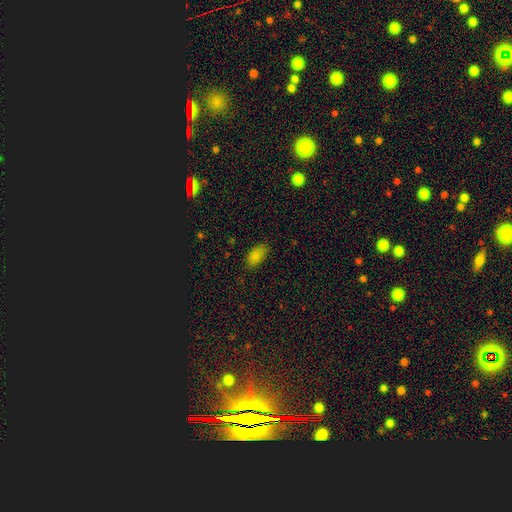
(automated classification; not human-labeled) Smooth or featured?
  - smooth: 84% *
  - star or artifact: 11%
  - featured or disk: 5%
How rounded?
  - in between: 92% *
  - round: 4%
  - cigar-shaped: 3%
Merging?
  - none: 80% *
  - minor disturbance: 15%
  - major disturbance: 4%
  - merger: 1%